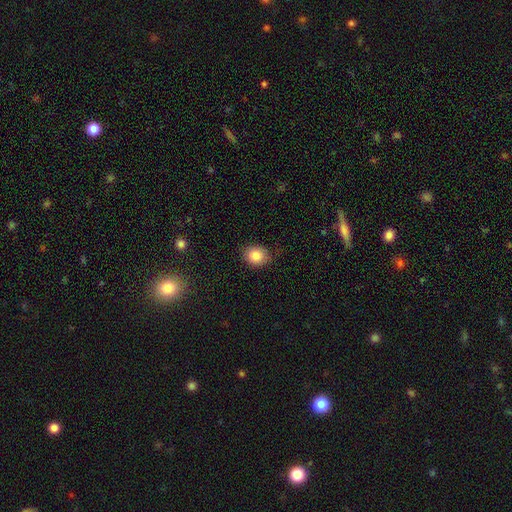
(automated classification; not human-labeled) Q: Smooth or featured?
A: smooth (84%); runner-up: star or artifact (9%)
Q: How rounded?
A: round (65%); runner-up: in between (34%)
Q: Merging?
A: none (82%); runner-up: minor disturbance (14%)